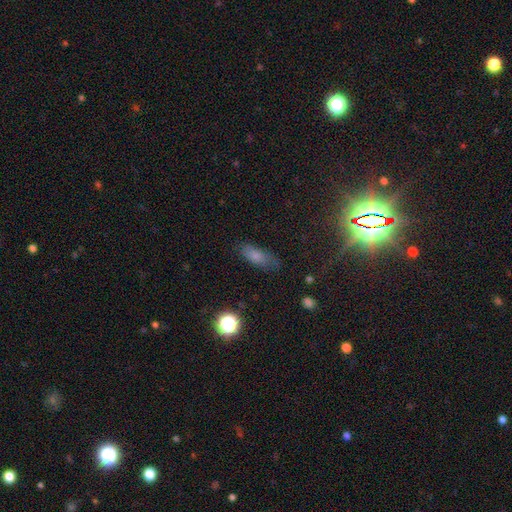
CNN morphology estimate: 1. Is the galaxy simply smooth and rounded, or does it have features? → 73% smooth, 14% featured or disk, 13% star or artifact.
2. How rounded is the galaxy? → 73% in between, 23% cigar-shaped, 4% round.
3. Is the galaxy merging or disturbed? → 71% none, 22% minor disturbance, 6% major disturbance, 2% merger.